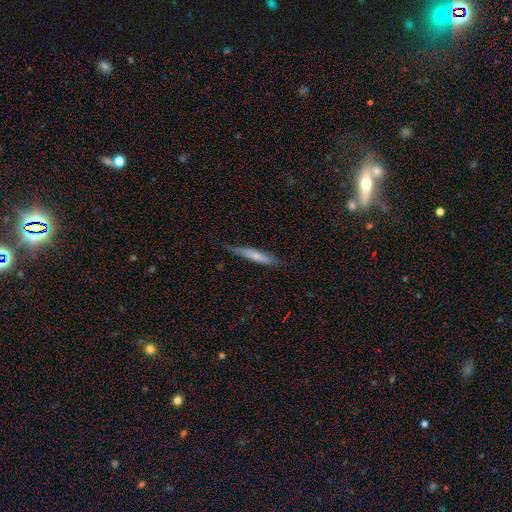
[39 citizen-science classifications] Overall: smooth (54%; featured or disk 38%). How rounded: cigar-shaped (90%). Merging: none (83%).